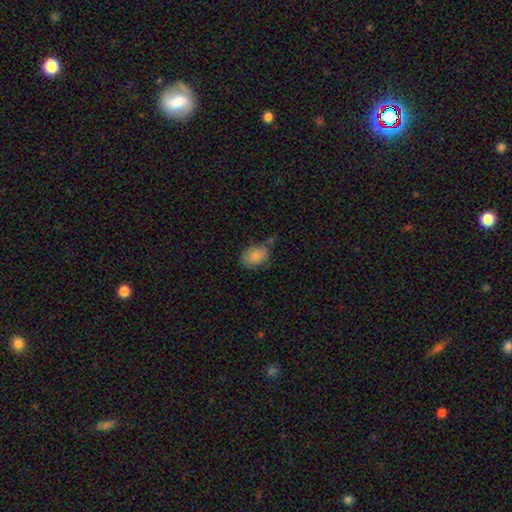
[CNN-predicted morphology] Smooth or featured: smooth — 85% (star or artifact — 8%)
How rounded: in between — 83% (round — 15%)
Merging: none — 60% (minor disturbance — 25%)